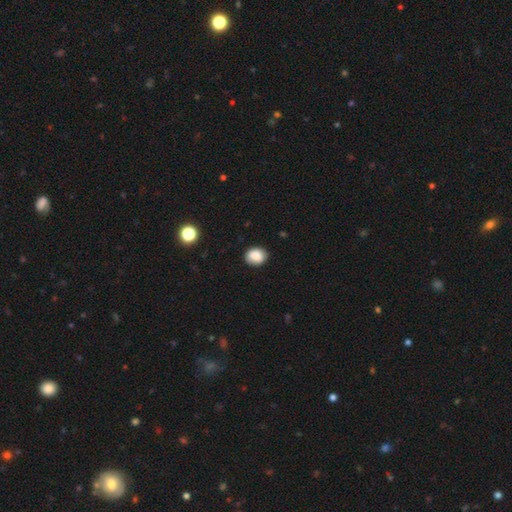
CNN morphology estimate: Smooth or featured: smooth — 86% (star or artifact — 9%)
How rounded: round — 56% (in between — 43%)
Merging: none — 84% (minor disturbance — 13%)